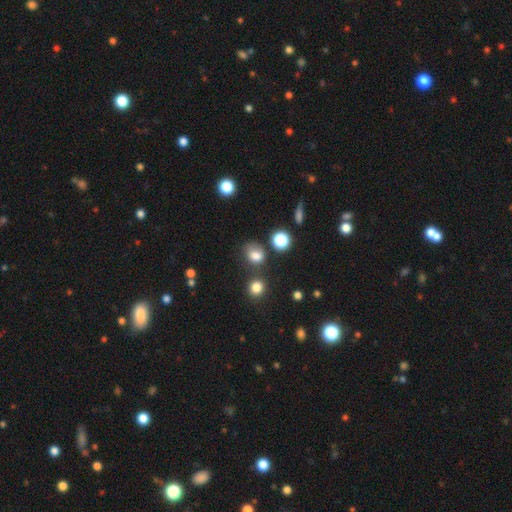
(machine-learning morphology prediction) type=smooth (77%); roundness=in between (50%); merging=none (56%).